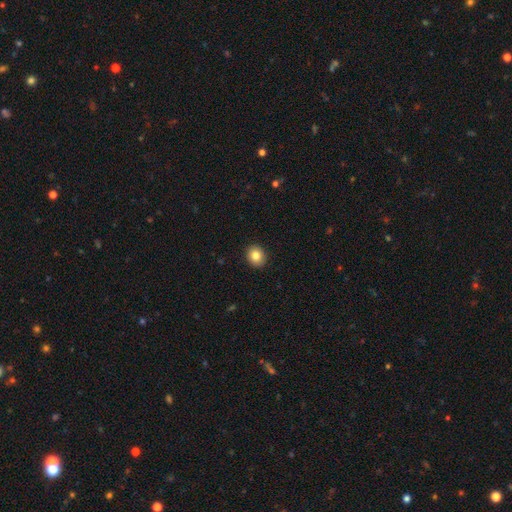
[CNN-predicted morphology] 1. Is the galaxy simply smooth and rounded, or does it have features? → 83% smooth, 9% star or artifact, 7% featured or disk.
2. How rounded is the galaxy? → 69% round, 30% in between, 1% cigar-shaped.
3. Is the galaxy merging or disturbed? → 92% none, 5% minor disturbance, 2% major disturbance, 1% merger.